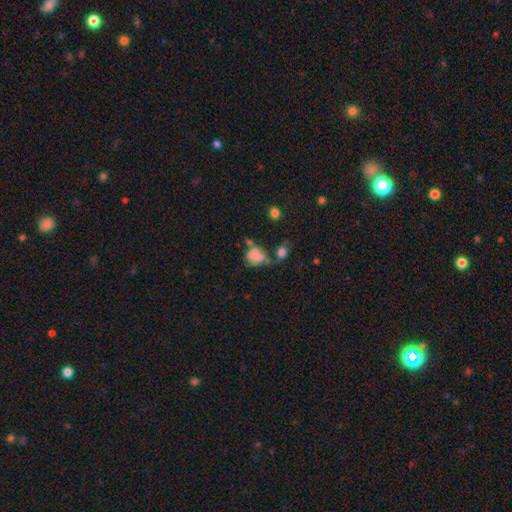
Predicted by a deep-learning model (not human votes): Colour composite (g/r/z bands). It shows a smooth galaxy with no disk features (65%) that is round (56%). Merging: none (30%).